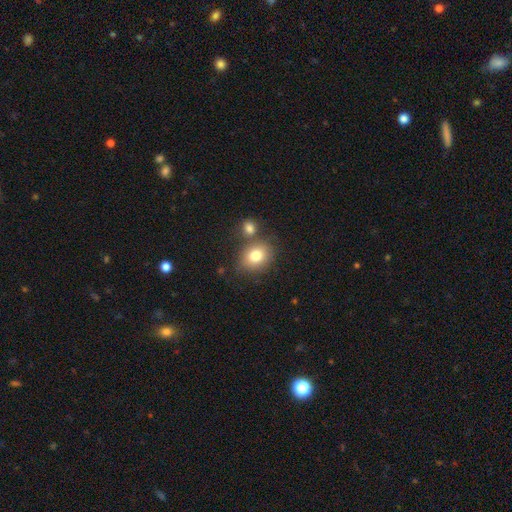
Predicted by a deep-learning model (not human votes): This is likely a smooth galaxy (79%). How rounded: possibly round (54%). Merging: likely none (63%).